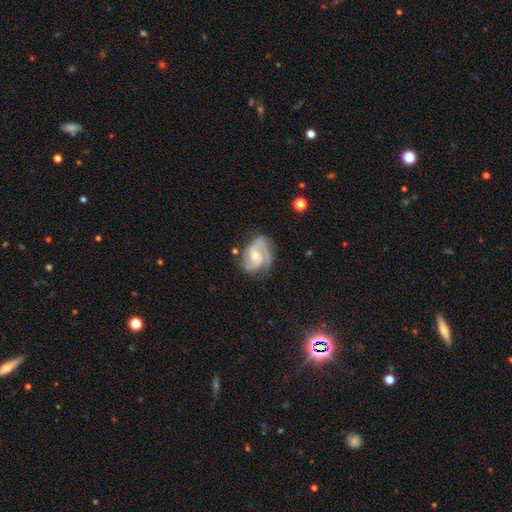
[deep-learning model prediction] This is clearly a featured or disk galaxy (82%). It is clearly not viewed edge-on (98%). Bar: likely no (60%). Spiral arm pattern: clearly yes (95%). Spiral arm count: possibly 2 (57%). Spiral winding: possibly medium (46%). Central bulge: possibly moderate (49%). Merging: likely none (61%).